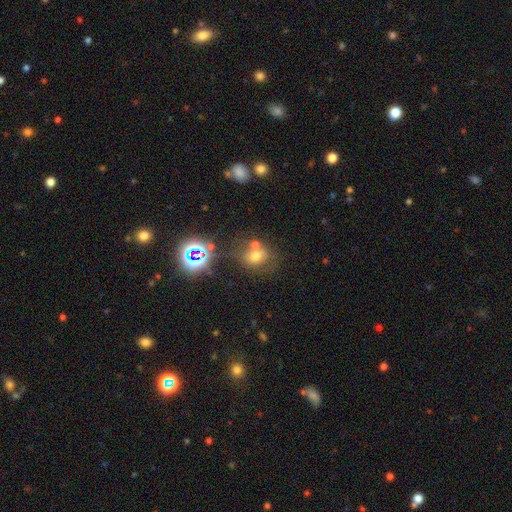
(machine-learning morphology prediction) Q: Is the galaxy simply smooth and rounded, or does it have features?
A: smooth — 57%.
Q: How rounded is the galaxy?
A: round — 63%.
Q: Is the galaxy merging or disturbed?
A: none — 48%.